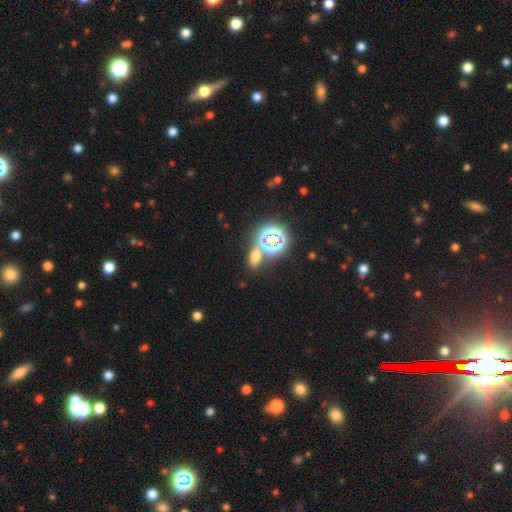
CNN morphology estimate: smooth 50%, star or artifact 42%, featured or disk 9%. Down the decision tree: merging — none (66%).